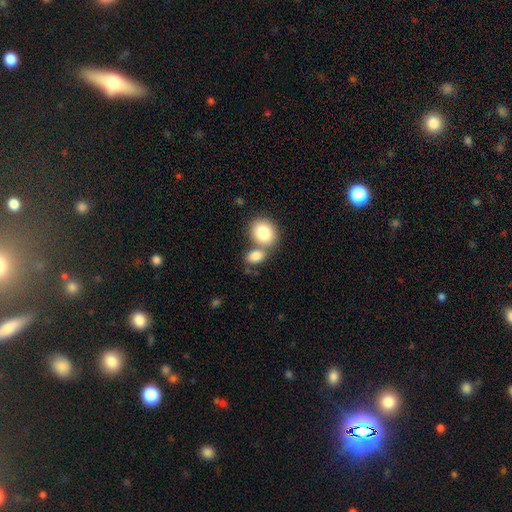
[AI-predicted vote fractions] smooth 82%, featured or disk 10%, star or artifact 8%. Down the decision tree: how rounded — in between (59%); merging — merger (45%).